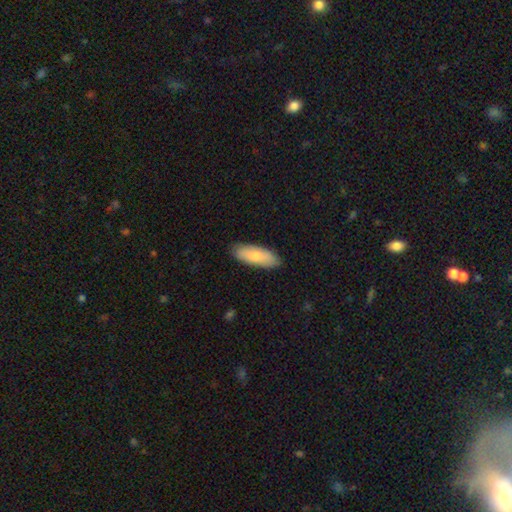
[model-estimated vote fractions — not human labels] smooth 80%, featured or disk 15%, star or artifact 5%. Down the decision tree: how rounded — in between (70%); merging — none (86%).